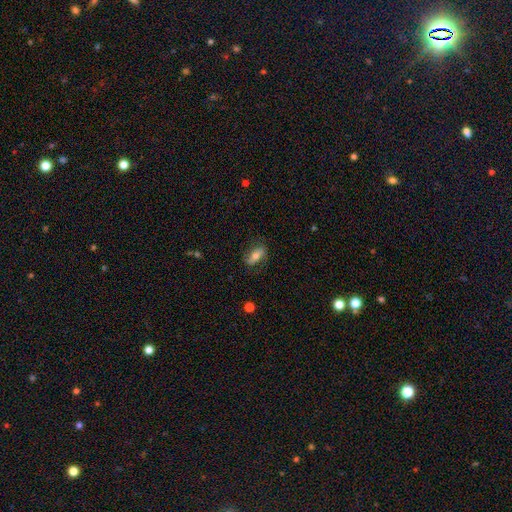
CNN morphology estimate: Smooth or featured?
  - smooth: 50% *
  - featured or disk: 43%
  - star or artifact: 7%
Merging?
  - none: 75% *
  - minor disturbance: 18%
  - major disturbance: 6%
  - merger: 1%